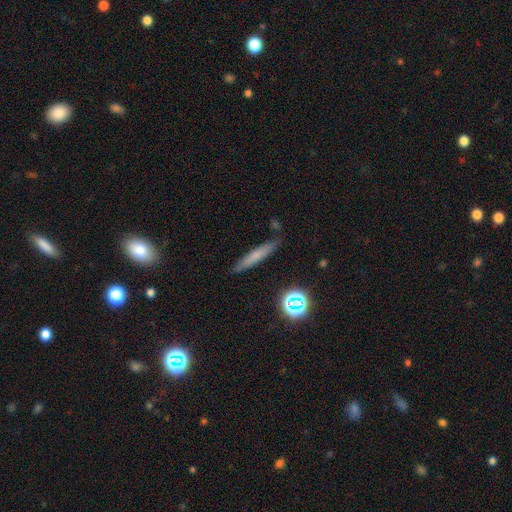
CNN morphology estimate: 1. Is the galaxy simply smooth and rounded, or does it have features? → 64% smooth, 25% featured or disk, 11% star or artifact.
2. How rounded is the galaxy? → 90% cigar-shaped, 7% in between, 3% round.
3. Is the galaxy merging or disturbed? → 85% none, 11% minor disturbance, 2% merger, 2% major disturbance.